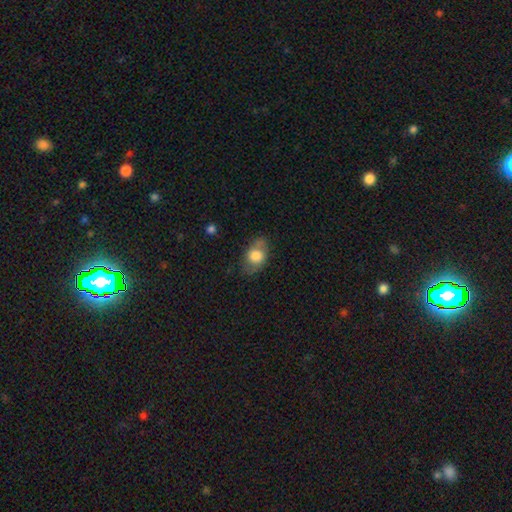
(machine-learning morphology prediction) A smooth galaxy with no disk features (71%) that is in between round and cigar-shaped (74%). Merging: none (64%).